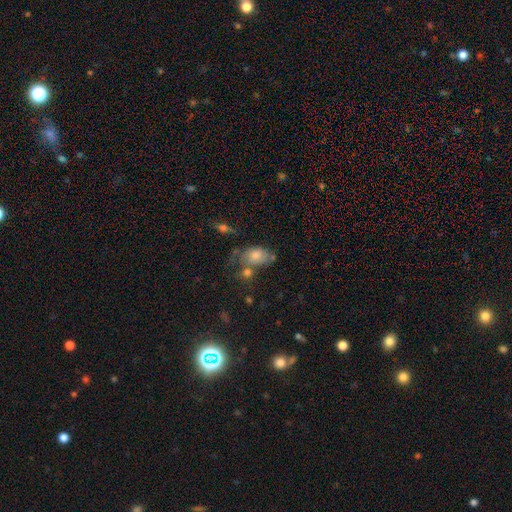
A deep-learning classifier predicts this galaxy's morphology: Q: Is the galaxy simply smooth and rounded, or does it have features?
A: smooth — 73%.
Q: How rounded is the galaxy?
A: in between — 80%.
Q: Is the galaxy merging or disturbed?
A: none — 36%.